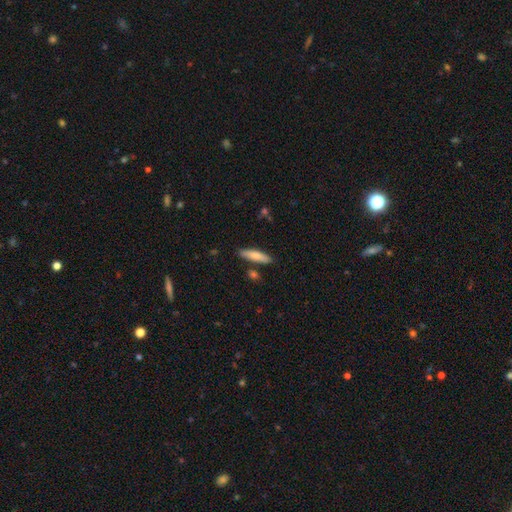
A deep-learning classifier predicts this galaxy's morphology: A smooth galaxy with no disk features (76%) that is cigar-shaped (72%). Merging: none (82%).